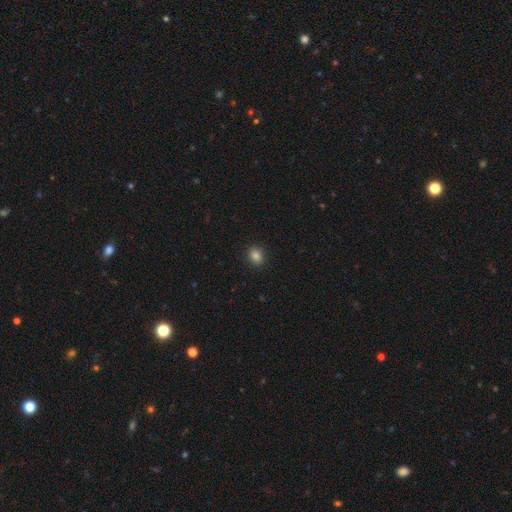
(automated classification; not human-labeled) This appears to be a smooth galaxy with no disk features (85%) that is round (58%). Merging: none (90%).